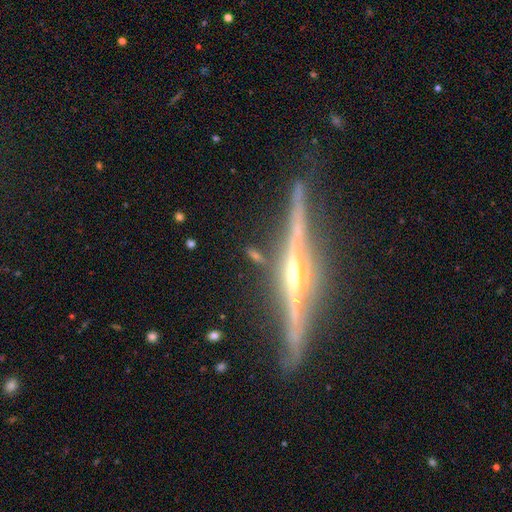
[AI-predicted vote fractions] Smooth or featured? featured or disk (73%)
Edge-on disk? yes (91%)
Edge-on bulge? rounded (63%)
Merging? none (77%)